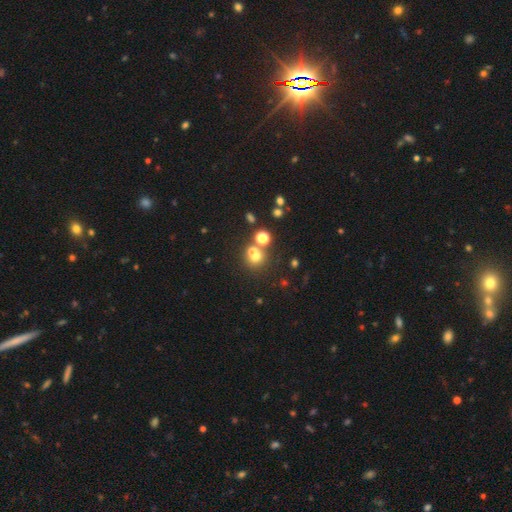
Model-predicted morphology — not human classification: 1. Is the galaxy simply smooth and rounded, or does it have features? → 61% smooth, 23% star or artifact, 16% featured or disk.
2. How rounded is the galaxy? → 85% round, 14% in between, 1% cigar-shaped.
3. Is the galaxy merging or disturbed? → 50% none, 38% merger, 8% minor disturbance, 4% major disturbance.